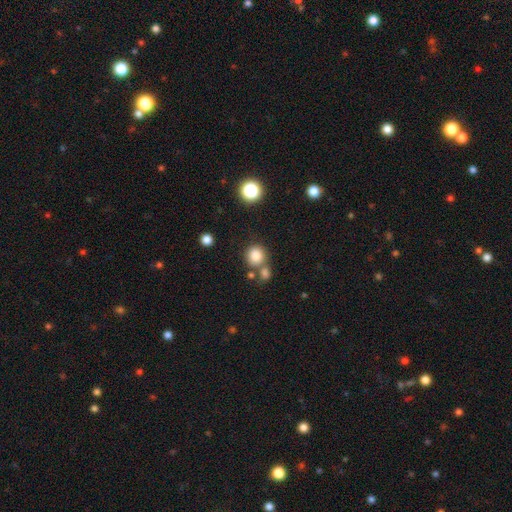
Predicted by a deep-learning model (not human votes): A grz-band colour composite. It shows a smooth galaxy with no disk features (82%) that is round (86%). Merging: none (64%).